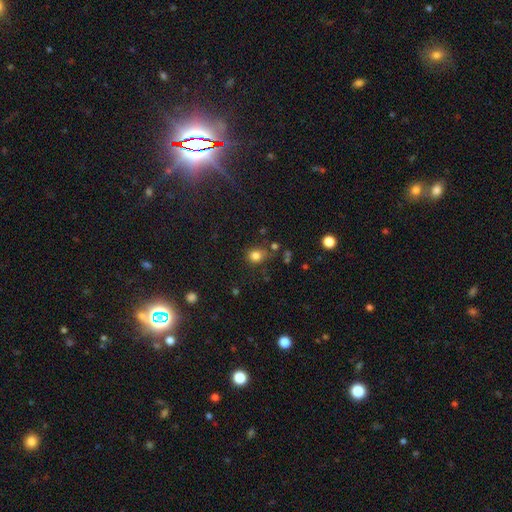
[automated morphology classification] Q: Smooth or featured?
A: smooth (81%); runner-up: star or artifact (13%)
Q: How rounded?
A: round (70%); runner-up: in between (29%)
Q: Merging?
A: none (67%); runner-up: minor disturbance (19%)